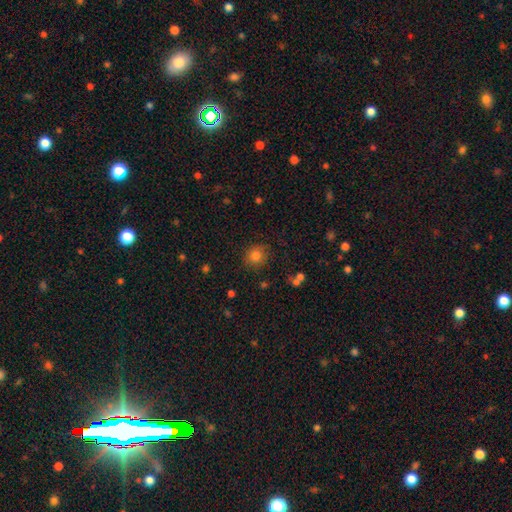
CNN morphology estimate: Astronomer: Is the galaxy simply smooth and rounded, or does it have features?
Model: smooth — 81%.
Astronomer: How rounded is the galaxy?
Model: round — 85%.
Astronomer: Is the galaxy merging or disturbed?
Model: none — 86%.